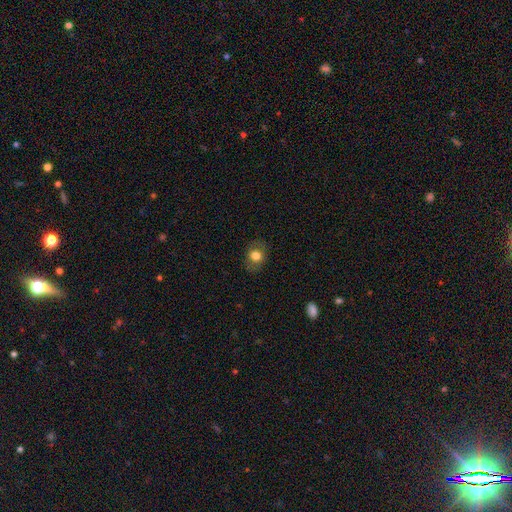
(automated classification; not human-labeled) This appears to be a smooth galaxy with no disk features (73%) that is round (57%). Merging: none (83%).